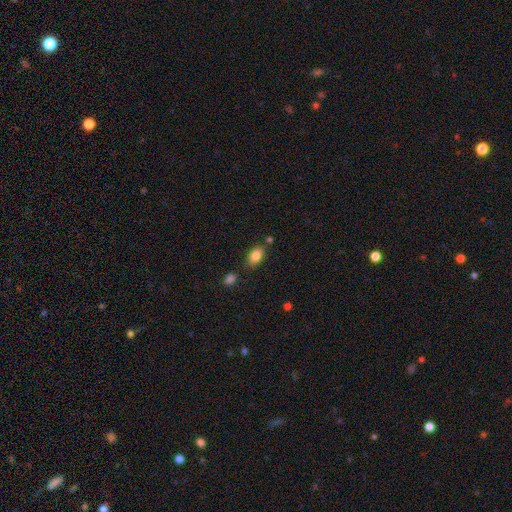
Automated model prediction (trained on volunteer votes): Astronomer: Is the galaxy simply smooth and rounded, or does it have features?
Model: smooth — 84%.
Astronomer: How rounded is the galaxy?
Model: in between — 89%.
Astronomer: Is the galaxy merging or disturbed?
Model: none — 76%.